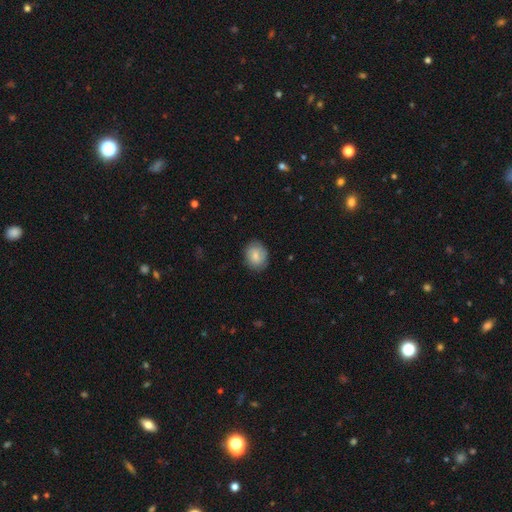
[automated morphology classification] Overall: smooth (79%). How rounded: round (61%; in between 38%). Merging: none (82%).